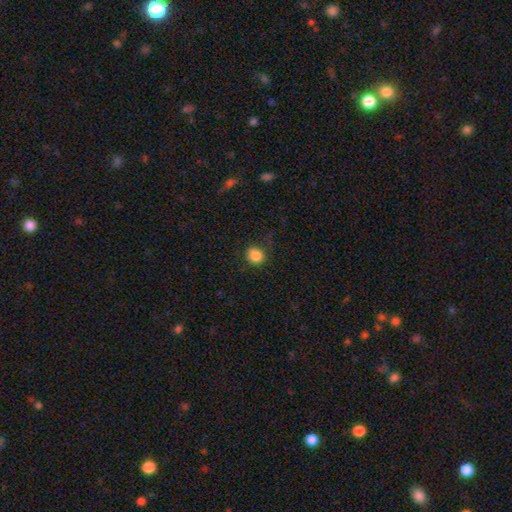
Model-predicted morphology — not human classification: A smooth galaxy with no disk features (85%) that is round (83%).

Vote fractions:
- Smooth or featured? smooth: 85% / star or artifact: 10% / featured or disk: 4%
- How rounded? round: 83% / in between: 16% / cigar-shaped: 1%
- Merging? none: 83% / minor disturbance: 12% / major disturbance: 4% / merger: 1%